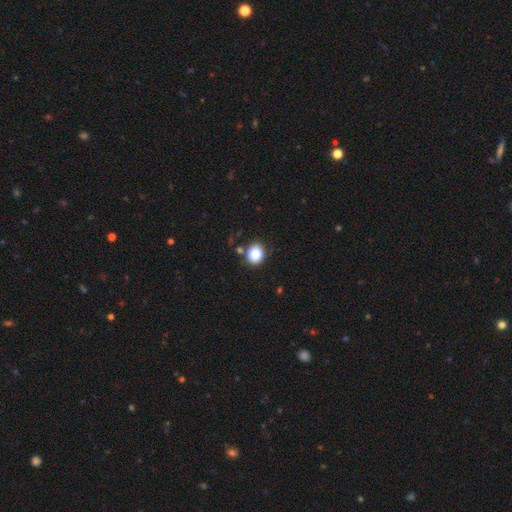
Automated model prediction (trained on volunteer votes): smooth_or_featured: smooth (p=0.80) [alt: star or artifact p=0.12]
how_rounded: round (p=0.76) [alt: in between p=0.23]
merging: none (p=0.81) [alt: minor disturbance p=0.10]